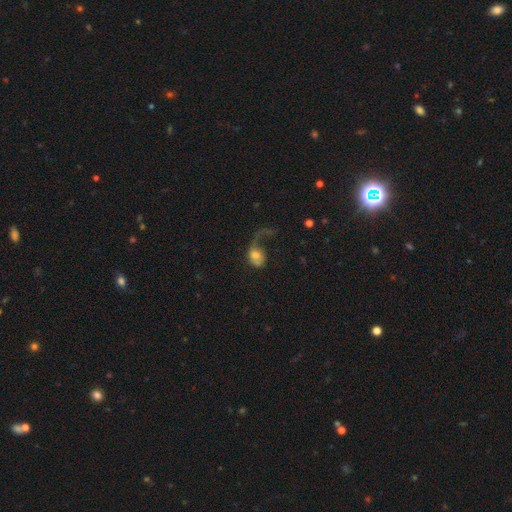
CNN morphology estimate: Q: Smooth or featured?
A: smooth (50%); runner-up: featured or disk (41%)
Q: How rounded?
A: in between (58%); runner-up: round (40%)
Q: Merging?
A: major disturbance (62%); runner-up: none (19%)